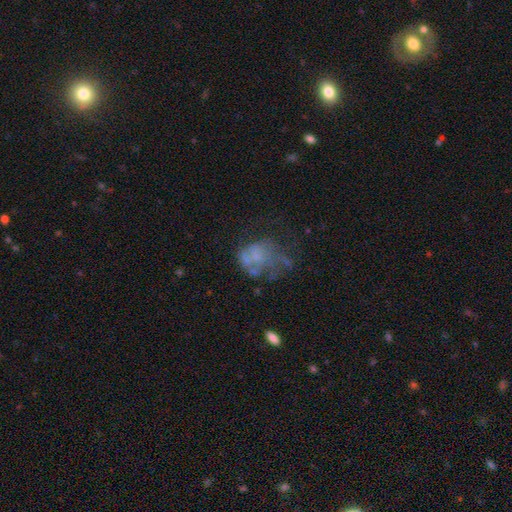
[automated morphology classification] Q: Smooth or featured?
A: featured or disk (52%); runner-up: smooth (33%)
Q: Edge-on disk?
A: no (98%); runner-up: yes (2%)
Q: Bar?
A: no (90%); runner-up: weak (9%)
Q: Spiral arms?
A: no (84%); runner-up: yes (16%)
Q: Bulge size?
A: none (63%); runner-up: small (21%)
Q: Merging?
A: major disturbance (41%); runner-up: none (30%)